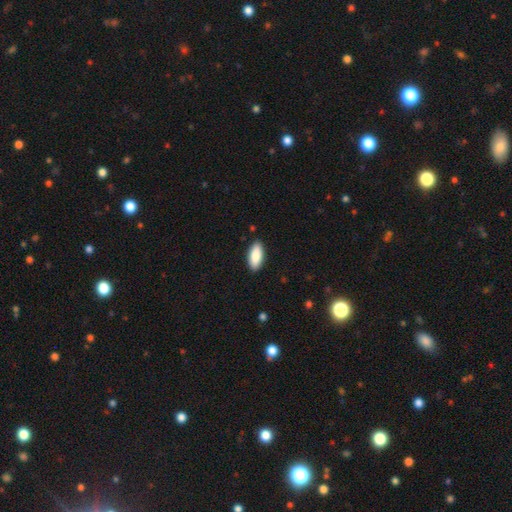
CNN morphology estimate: smooth_or_featured: smooth (p=0.86) [alt: featured or disk p=0.08]
how_rounded: in between (p=0.84) [alt: cigar-shaped p=0.14]
merging: none (p=0.90) [alt: minor disturbance p=0.08]